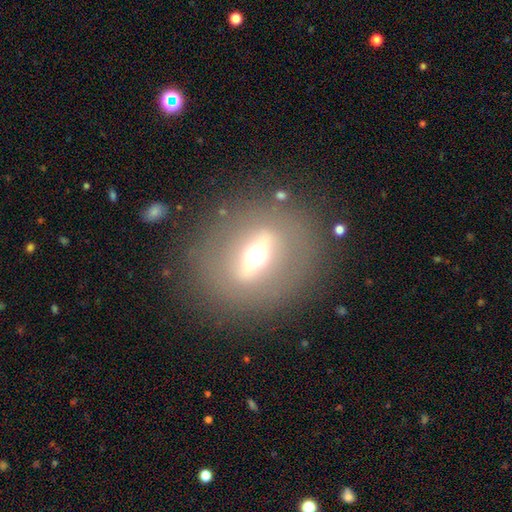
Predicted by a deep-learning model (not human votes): This appears to be a featured or disk galaxy (67%). Merging: none (84%).